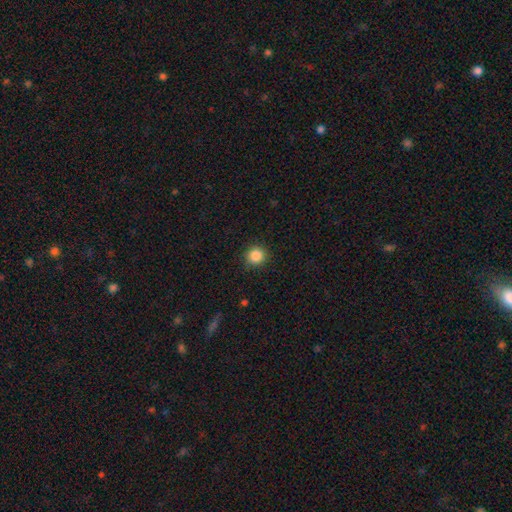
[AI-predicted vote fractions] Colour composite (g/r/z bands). It shows a smooth galaxy with no disk features (86%) that is round (93%). Merging: none (89%).